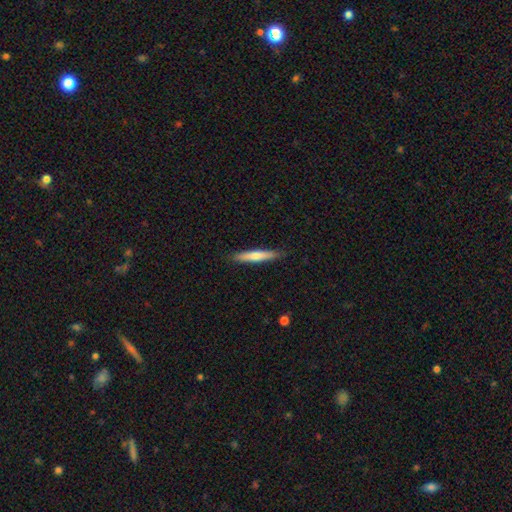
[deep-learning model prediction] smooth 65%, featured or disk 30%, star or artifact 5%. Down the decision tree: how rounded — cigar-shaped (92%); merging — none (89%).